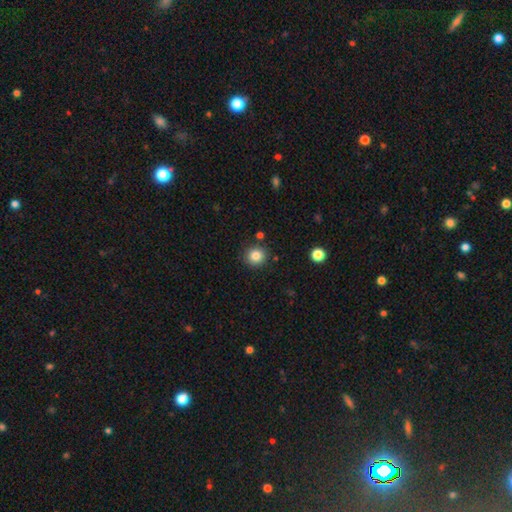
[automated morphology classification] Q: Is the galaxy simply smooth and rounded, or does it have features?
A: smooth — 84%.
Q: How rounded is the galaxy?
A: round — 93%.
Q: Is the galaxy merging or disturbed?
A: none — 88%.